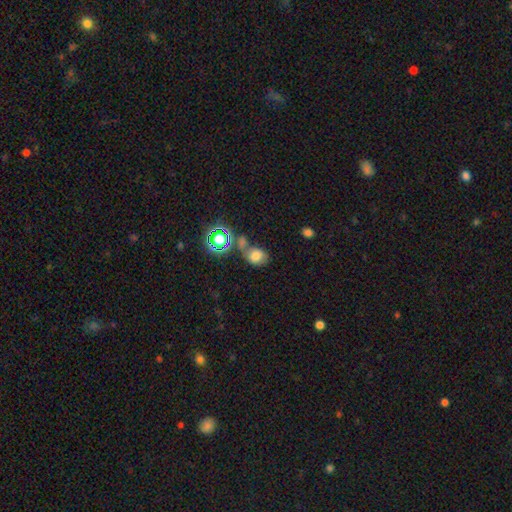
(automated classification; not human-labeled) Smooth or featured? Predicted: smooth (p=0.68). How rounded? Predicted: in between (p=0.57). Merging? Predicted: none (p=0.42).